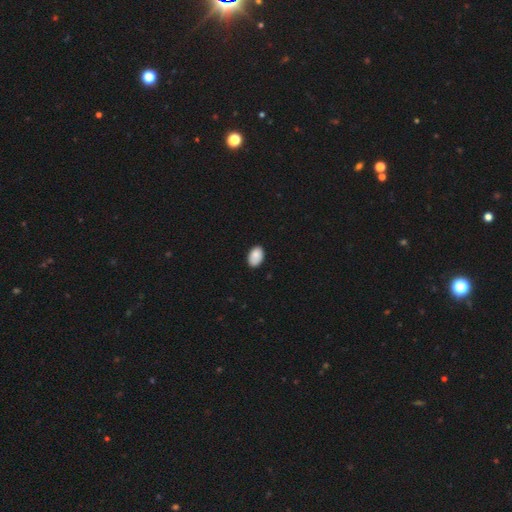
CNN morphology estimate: This appears to be a smooth galaxy with no disk features (86%) that is in between round and cigar-shaped (90%). Merging: none (81%).